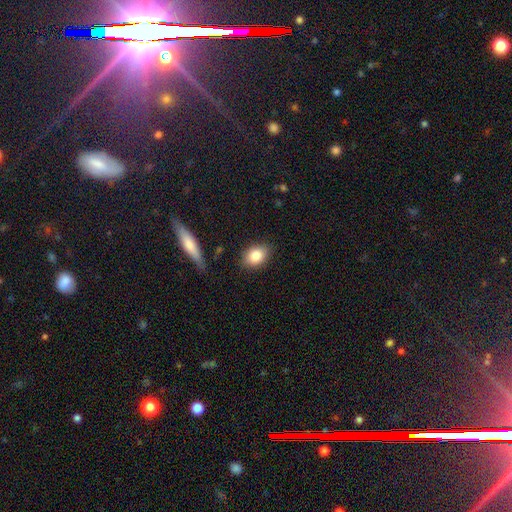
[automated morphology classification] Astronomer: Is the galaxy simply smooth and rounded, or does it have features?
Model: smooth — 85%.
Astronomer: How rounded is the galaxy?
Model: in between — 73%.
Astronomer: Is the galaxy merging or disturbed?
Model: none — 83%.